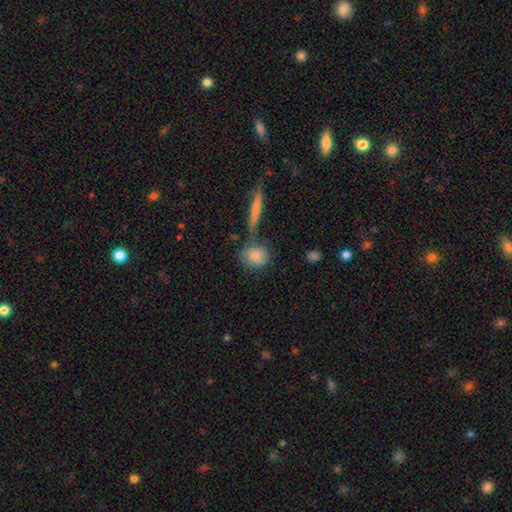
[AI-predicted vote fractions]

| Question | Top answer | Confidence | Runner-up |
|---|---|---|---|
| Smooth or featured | smooth | 80% | featured or disk (12%) |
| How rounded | round | 65% | in between (29%) |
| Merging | none | 60% | merger (17%) |